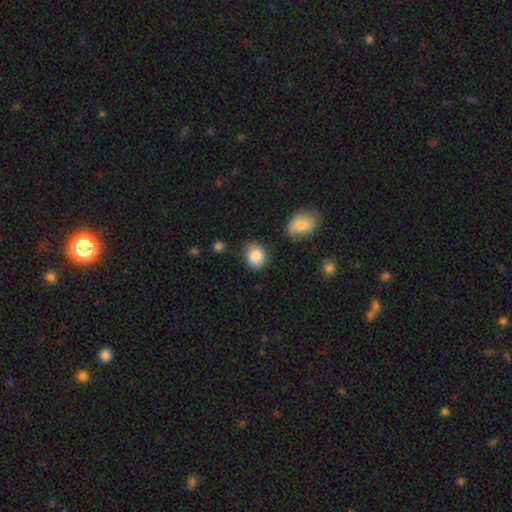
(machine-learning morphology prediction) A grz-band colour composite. It shows a smooth galaxy with no disk features (85%) that is round (52%). Merging: none (75%).